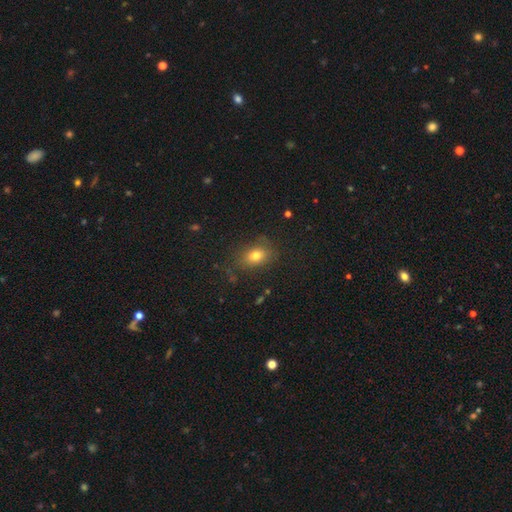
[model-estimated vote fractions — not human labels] Smooth or featured? Predicted: smooth (p=0.78). How rounded? Predicted: in between (p=0.73). Merging? Predicted: none (p=0.79).